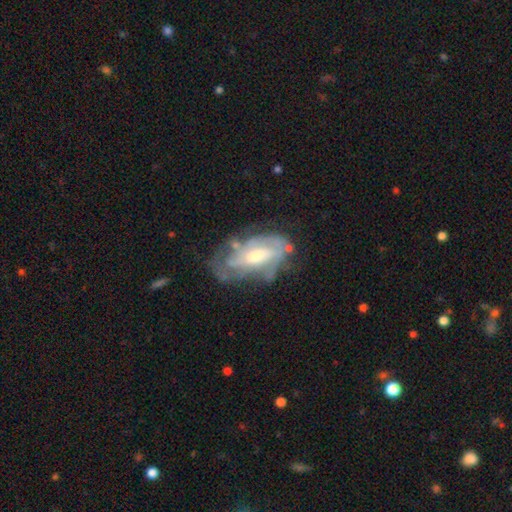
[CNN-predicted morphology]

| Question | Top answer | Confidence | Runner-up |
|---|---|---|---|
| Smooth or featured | featured or disk | 76% | smooth (18%) |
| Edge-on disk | no | 93% | yes (7%) |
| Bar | no | 47% | weak (39%) |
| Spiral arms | yes | 80% | no (20%) |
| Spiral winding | tight | 53% | medium (35%) |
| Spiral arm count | can't tell | 47% | 2 (26%) |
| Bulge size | moderate | 59% | small (27%) |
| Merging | none | 55% | minor disturbance (26%) |